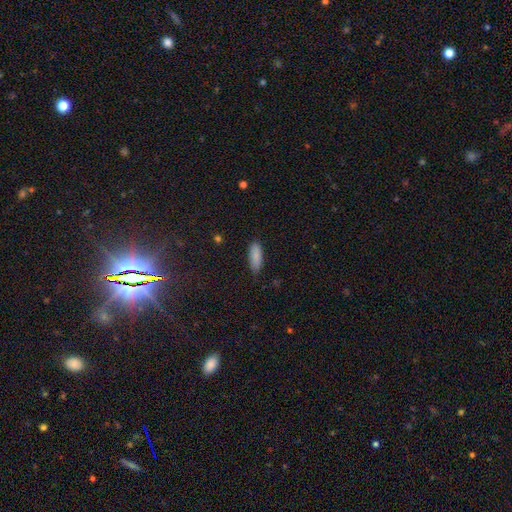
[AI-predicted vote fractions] This is clearly a smooth galaxy (86%). How rounded: likely in between (75%). Merging: clearly none (81%).